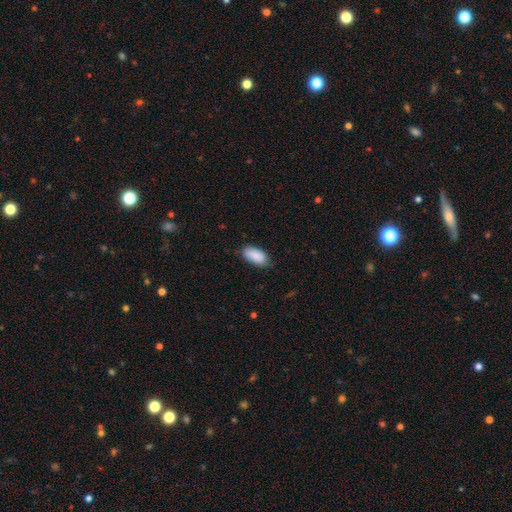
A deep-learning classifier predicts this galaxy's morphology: A smooth galaxy with no disk features (88%) that is in between round and cigar-shaped (94%). Merging: none (73%).